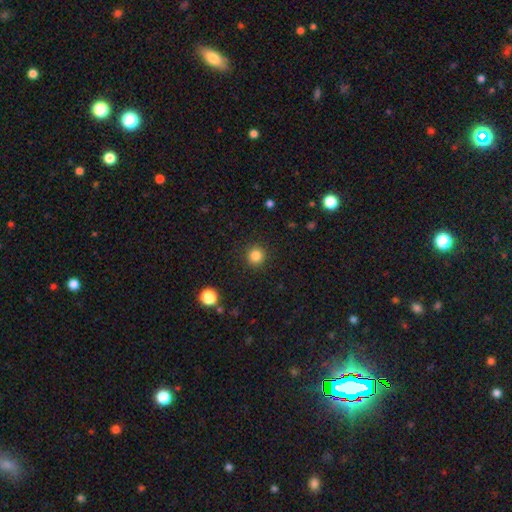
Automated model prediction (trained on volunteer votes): Smooth or featured?
  - smooth: 84% *
  - star or artifact: 12%
  - featured or disk: 4%
How rounded?
  - round: 94% *
  - in between: 5%
  - cigar-shaped: 1%
Merging?
  - none: 91% *
  - minor disturbance: 5%
  - major disturbance: 2%
  - merger: 1%